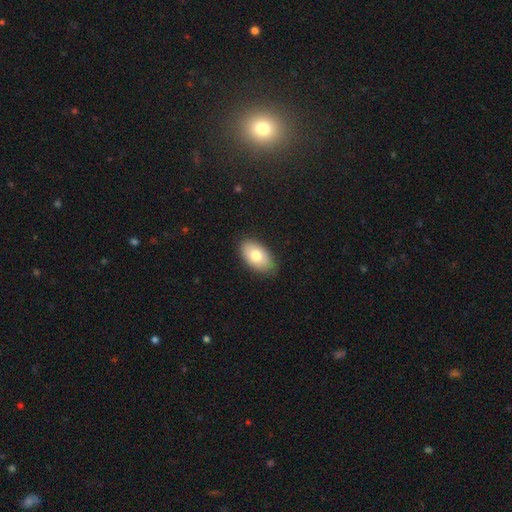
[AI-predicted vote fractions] Morphology: type=smooth (78%); roundness=in between (93%); merging=none (81%).